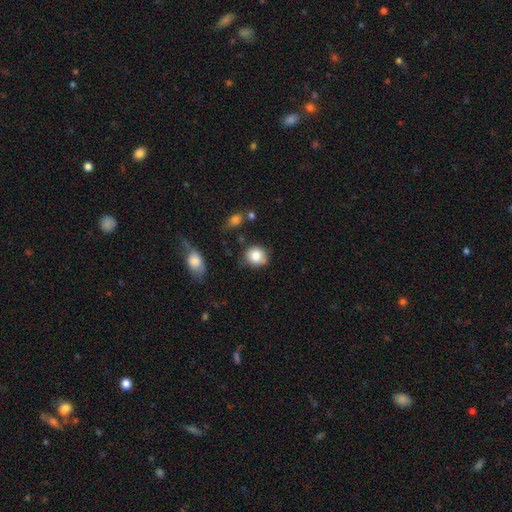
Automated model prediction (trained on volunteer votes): smooth 83%, star or artifact 9%, featured or disk 8%. Down the decision tree: how rounded — round (81%); merging — none (73%).